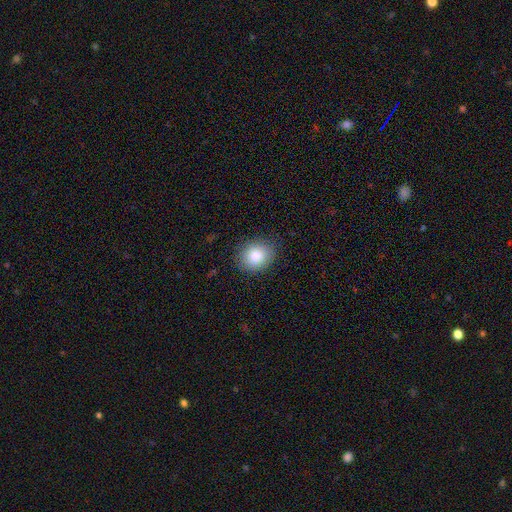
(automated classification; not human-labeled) This is clearly a smooth galaxy (85%). How rounded: likely round (60%). Merging: clearly none (84%).